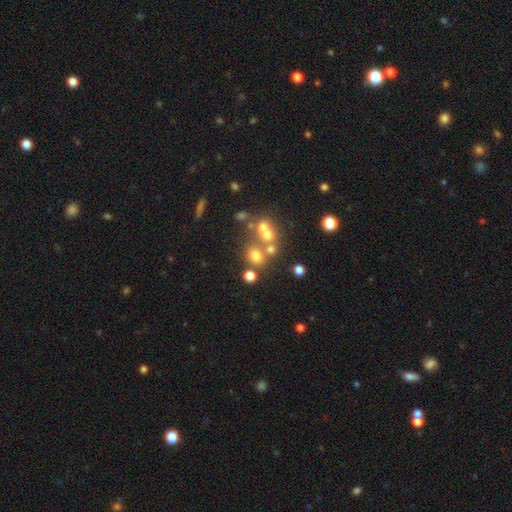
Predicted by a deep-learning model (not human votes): This appears to be a smooth galaxy with no disk features (62%) that is round (72%). Merging: none (52%).